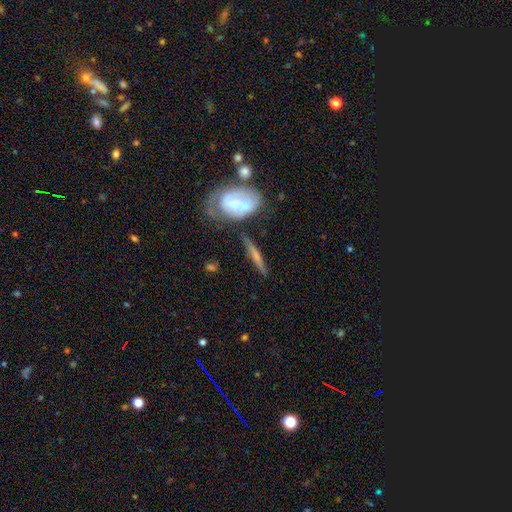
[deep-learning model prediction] smooth-or-featured: featured or disk: 53% | smooth: 40% | star or artifact: 7%
  disk-edge-on: yes: 82% | no: 18%
  merging: none: 68% | minor disturbance: 17% | merger: 9% | major disturbance: 7%